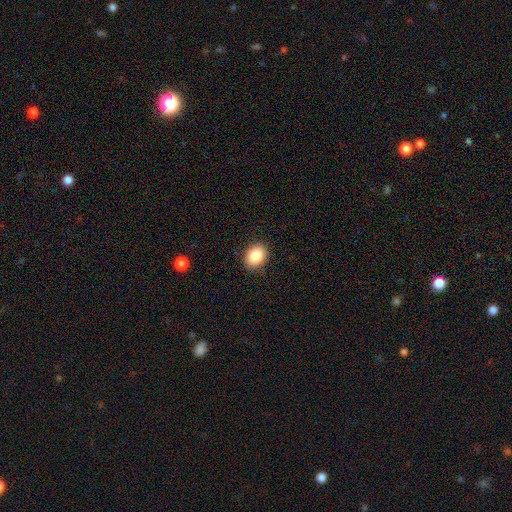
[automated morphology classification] type=smooth (86%); roundness=in between (59%); merging=none (89%).